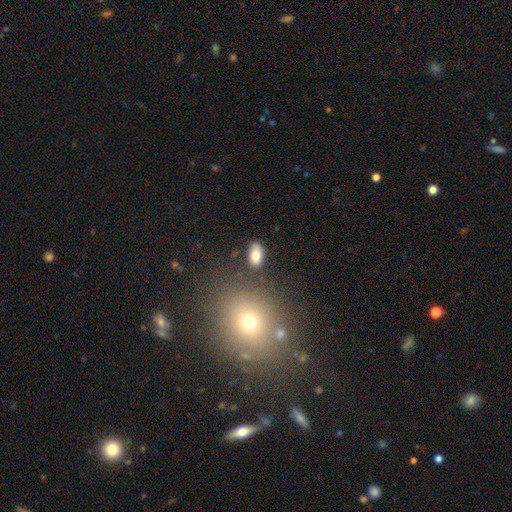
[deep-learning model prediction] smooth_or_featured: smooth (p=0.84) [alt: star or artifact p=0.09]
how_rounded: in between (p=0.92) [alt: round p=0.05]
merging: none (p=0.77) [alt: minor disturbance p=0.14]